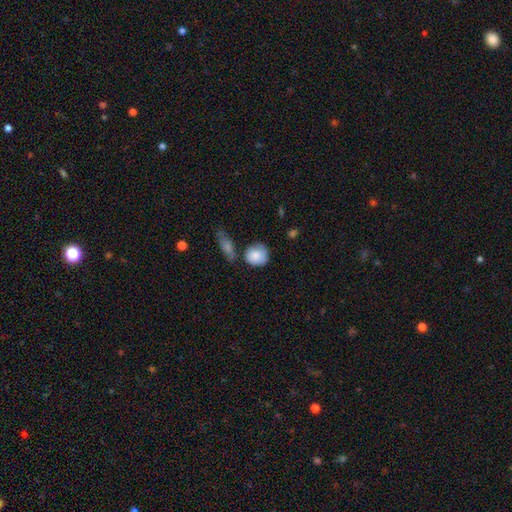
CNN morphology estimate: Smooth or featured?
  - smooth: 85% *
  - featured or disk: 9%
  - star or artifact: 6%
How rounded?
  - round: 78% *
  - in between: 21%
  - cigar-shaped: 2%
Merging?
  - none: 59% *
  - minor disturbance: 24%
  - merger: 10%
  - major disturbance: 6%